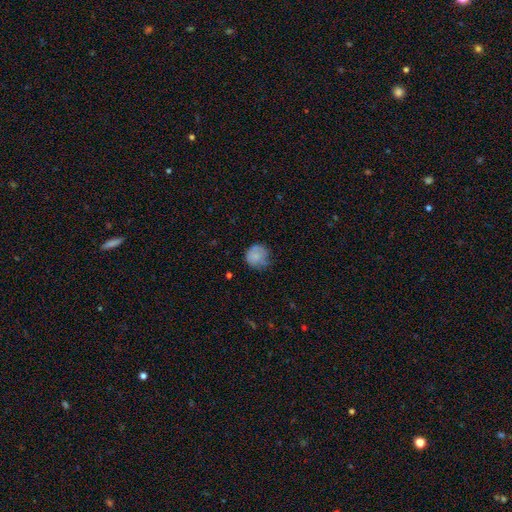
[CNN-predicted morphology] type=smooth (80%); roundness=round (87%); merging=none (57%).